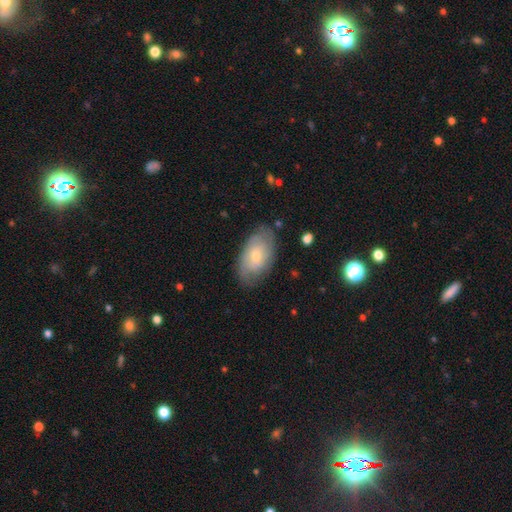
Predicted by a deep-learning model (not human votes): Overall: featured or disk (49%; smooth 45%). Merging: none (75%).